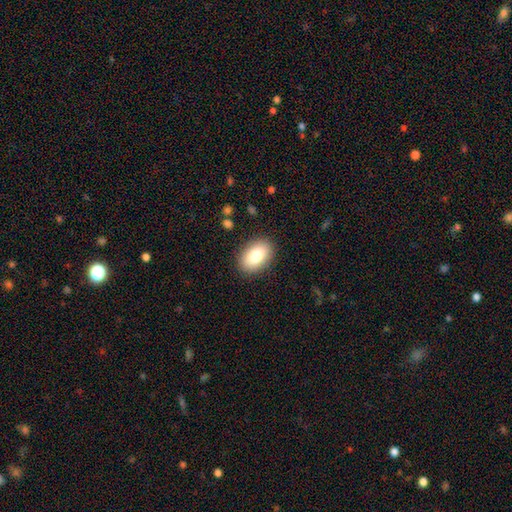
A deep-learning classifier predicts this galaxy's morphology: Smooth or featured: smooth — 83% (featured or disk — 10%)
How rounded: in between — 88% (round — 11%)
Merging: none — 88% (minor disturbance — 9%)